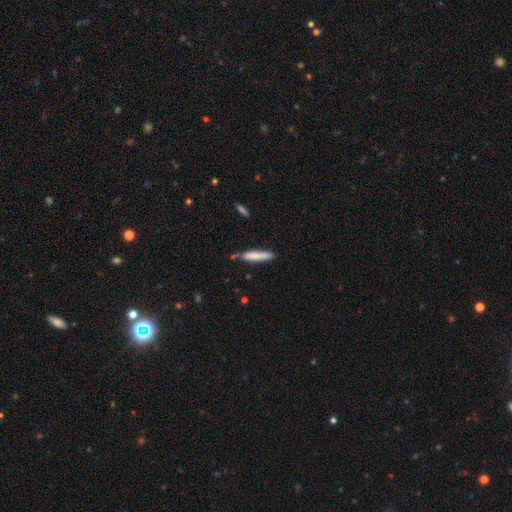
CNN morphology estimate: This appears to be a smooth galaxy with no disk features (79%) that is cigar-shaped (88%). Merging: none (70%).